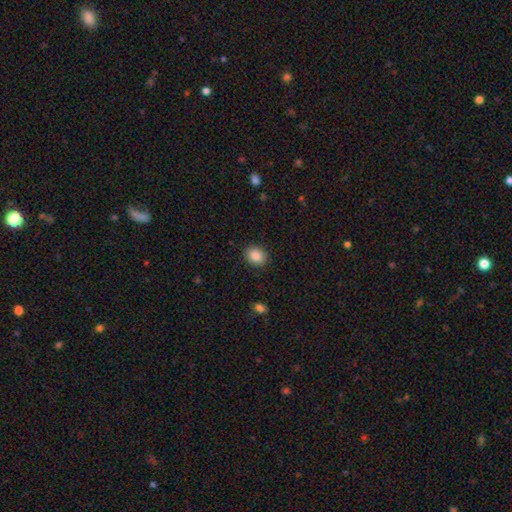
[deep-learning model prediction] A smooth galaxy with no disk features (88%) that is in between round and cigar-shaped (57%). Merging: none (89%).